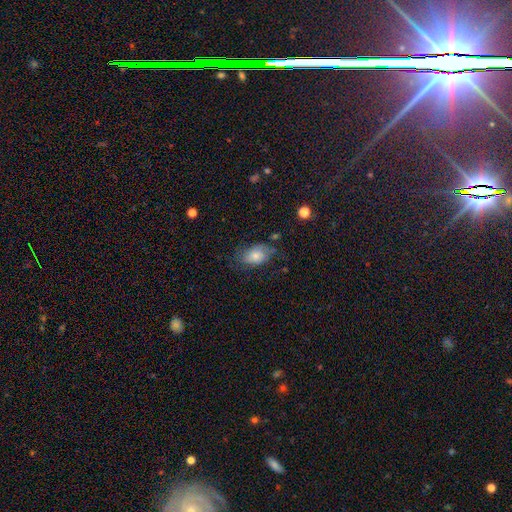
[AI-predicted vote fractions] A smooth galaxy with no disk features (70%) that is in between round and cigar-shaped (87%). Merging: none (55%).